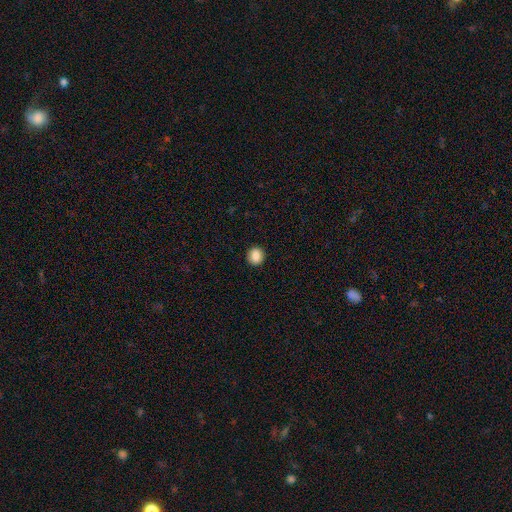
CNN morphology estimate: smooth-or-featured: smooth: 86% | star or artifact: 9% | featured or disk: 5%
  how-rounded: round: 84% | in between: 15% | cigar-shaped: 1%
  merging: none: 92% | minor disturbance: 6% | major disturbance: 2% | merger: 1%